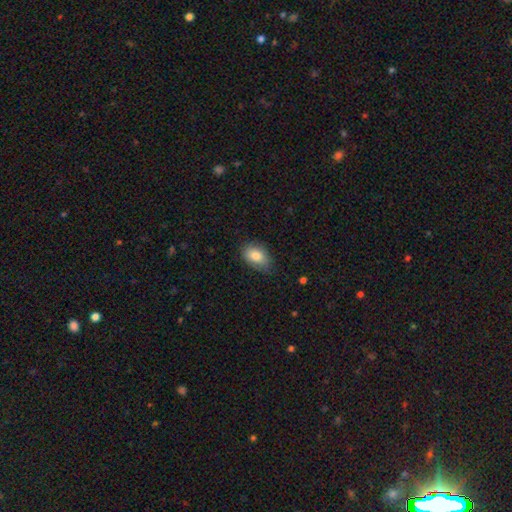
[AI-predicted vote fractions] smooth-or-featured: smooth: 84% | featured or disk: 9% | star or artifact: 7%
  how-rounded: in between: 88% | round: 11% | cigar-shaped: 1%
  merging: none: 72% | minor disturbance: 23% | major disturbance: 4% | merger: 1%